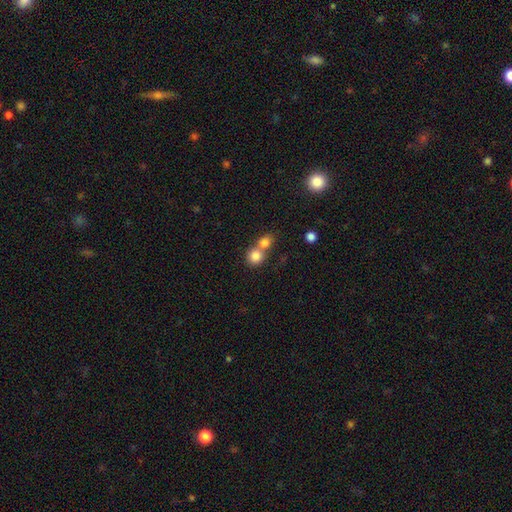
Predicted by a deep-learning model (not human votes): smooth-or-featured: smooth: 82% | star or artifact: 10% | featured or disk: 8%
  how-rounded: round: 85% | in between: 14% | cigar-shaped: 1%
  merging: merger: 53% | none: 39% | minor disturbance: 5% | major disturbance: 2%